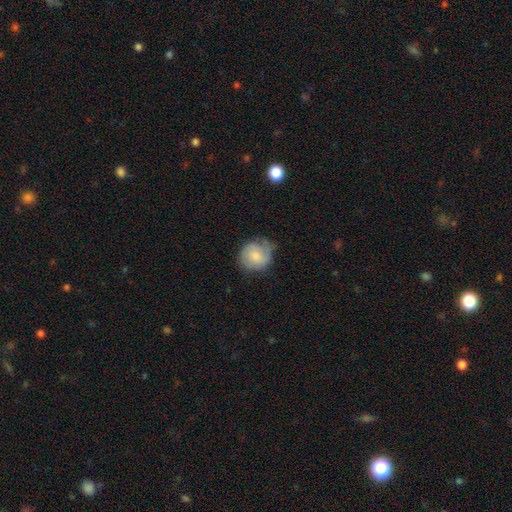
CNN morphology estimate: A smooth galaxy with no disk features (58%) that is round (83%).

Vote fractions:
- Smooth or featured? smooth: 58% / featured or disk: 35% / star or artifact: 7%
- How rounded? round: 83% / in between: 16% / cigar-shaped: 1%
- Merging? none: 59% / minor disturbance: 30% / major disturbance: 10% / merger: 2%